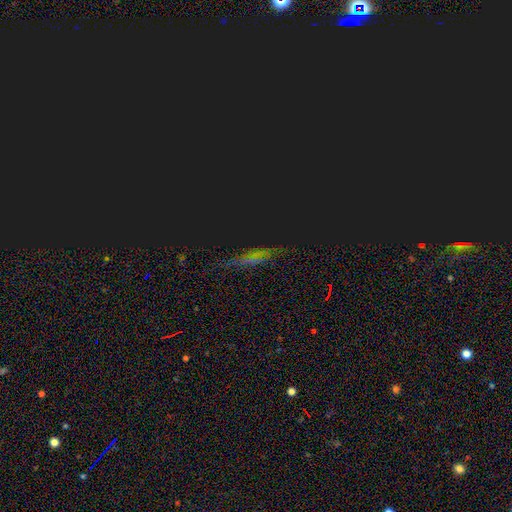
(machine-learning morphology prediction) Smooth or featured: star or artifact — 54% (smooth — 28%)